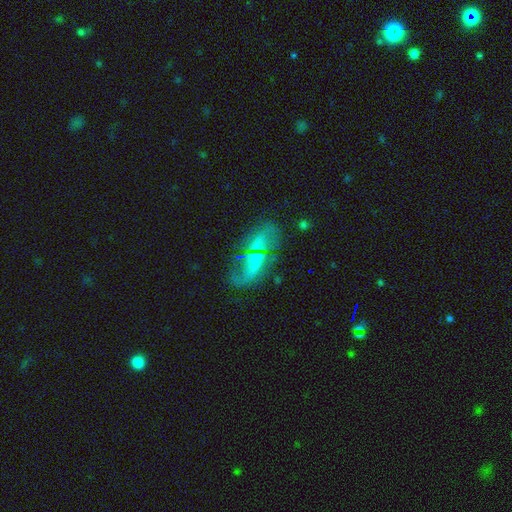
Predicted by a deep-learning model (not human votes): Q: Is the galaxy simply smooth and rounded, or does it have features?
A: featured or disk — 61%.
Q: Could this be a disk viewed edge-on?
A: no — 92%.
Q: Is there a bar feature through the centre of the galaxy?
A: no — 48%.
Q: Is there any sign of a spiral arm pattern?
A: yes — 69%.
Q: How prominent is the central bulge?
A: small — 47%.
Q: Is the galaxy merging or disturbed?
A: none — 53%.